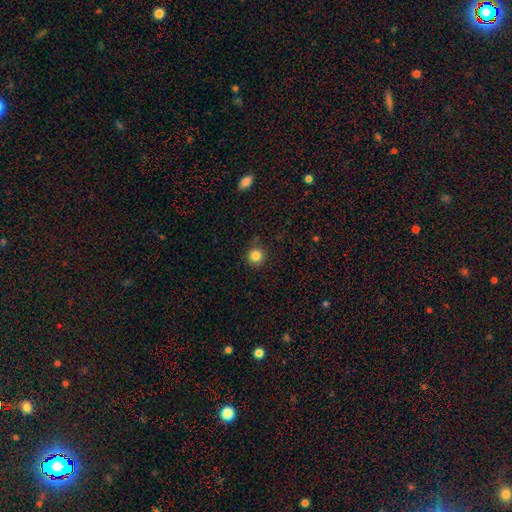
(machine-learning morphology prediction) smooth 84%, star or artifact 11%, featured or disk 5%. Down the decision tree: how rounded — round (95%); merging — none (85%).